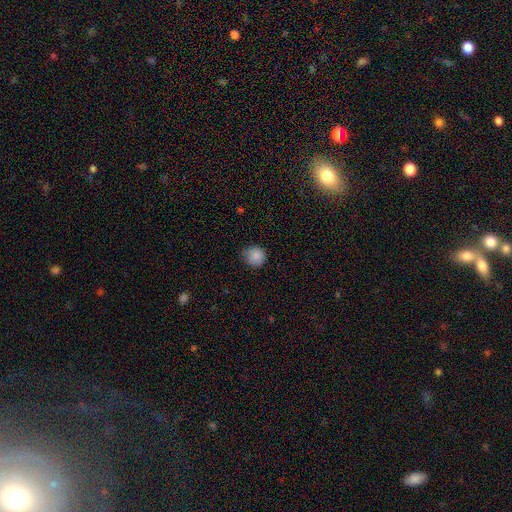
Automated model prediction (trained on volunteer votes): Q: Smooth or featured?
A: smooth (87%); runner-up: star or artifact (9%)
Q: How rounded?
A: round (91%); runner-up: in between (8%)
Q: Merging?
A: none (74%); runner-up: minor disturbance (22%)